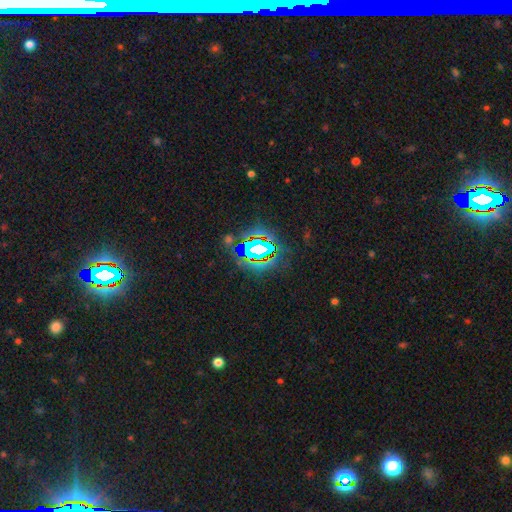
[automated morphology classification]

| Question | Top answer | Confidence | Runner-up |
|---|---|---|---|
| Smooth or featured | star or artifact | 75% | smooth (15%) |